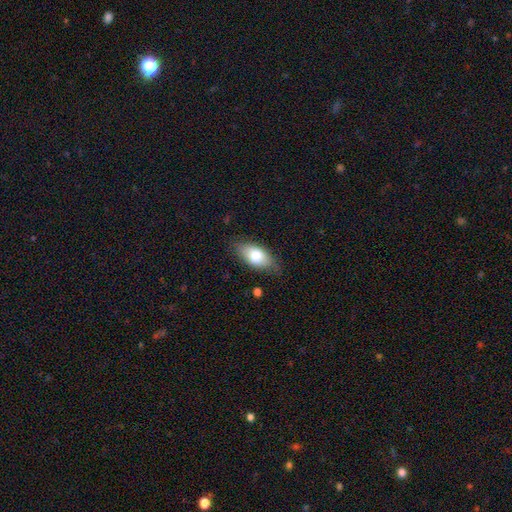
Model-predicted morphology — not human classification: Smooth or featured?
  - smooth: 76% *
  - featured or disk: 17%
  - star or artifact: 7%
How rounded?
  - in between: 89% *
  - cigar-shaped: 7%
  - round: 4%
Merging?
  - none: 76% *
  - minor disturbance: 19%
  - major disturbance: 4%
  - merger: 1%